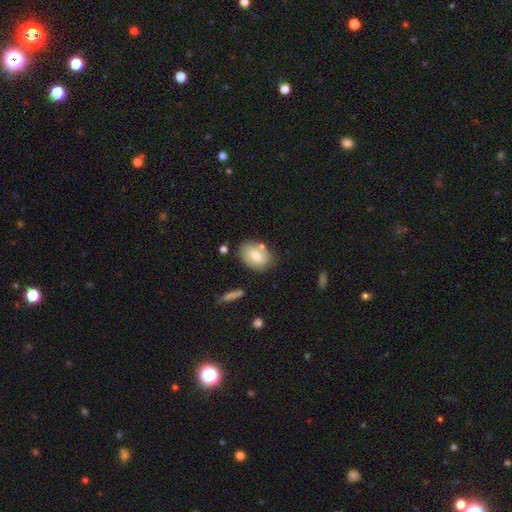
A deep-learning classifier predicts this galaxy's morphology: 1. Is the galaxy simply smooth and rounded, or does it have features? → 70% smooth, 22% featured or disk, 7% star or artifact.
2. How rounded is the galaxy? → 77% in between, 22% round, 2% cigar-shaped.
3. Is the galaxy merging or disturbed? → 71% none, 16% minor disturbance, 10% merger, 4% major disturbance.